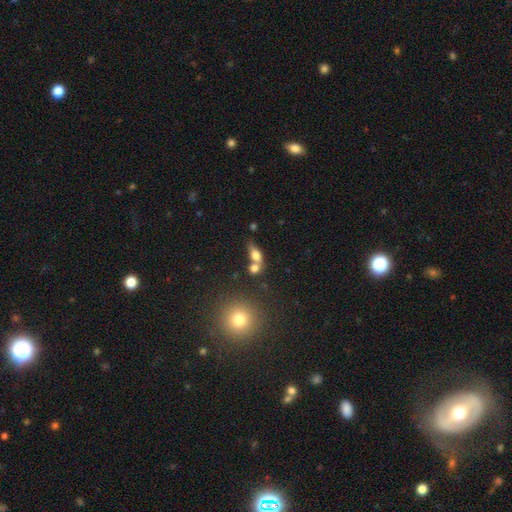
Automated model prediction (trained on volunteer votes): Smooth or featured?
  - smooth: 68% *
  - featured or disk: 21%
  - star or artifact: 11%
How rounded?
  - in between: 65% *
  - round: 23%
  - cigar-shaped: 12%
Merging?
  - merger: 47% *
  - none: 35%
  - minor disturbance: 11%
  - major disturbance: 7%